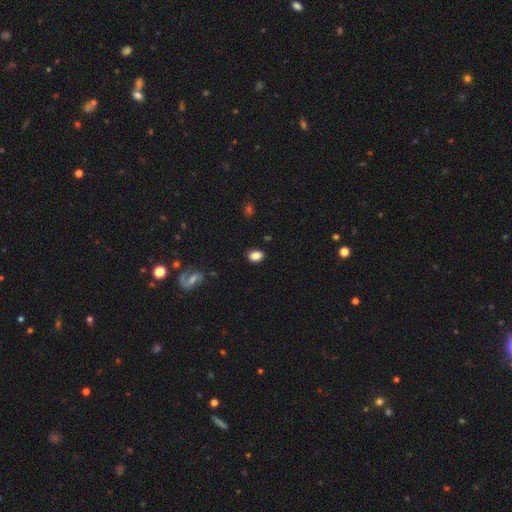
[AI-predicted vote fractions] Smooth or featured? Predicted: smooth (p=0.84). How rounded? Predicted: in between (p=0.78). Merging? Predicted: none (p=0.86).